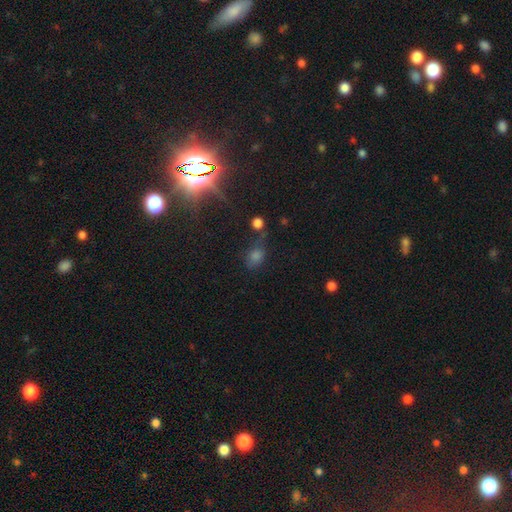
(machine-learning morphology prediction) Overall: star or artifact (46%; smooth 43%).